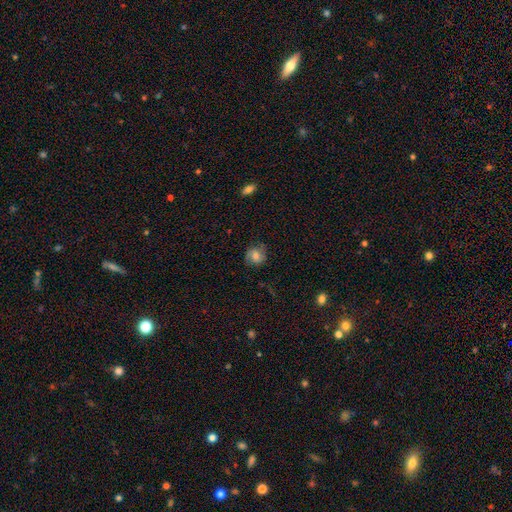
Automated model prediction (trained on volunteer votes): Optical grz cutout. It shows a smooth galaxy with no disk features (56%) that is round (76%). Merging: none (76%).